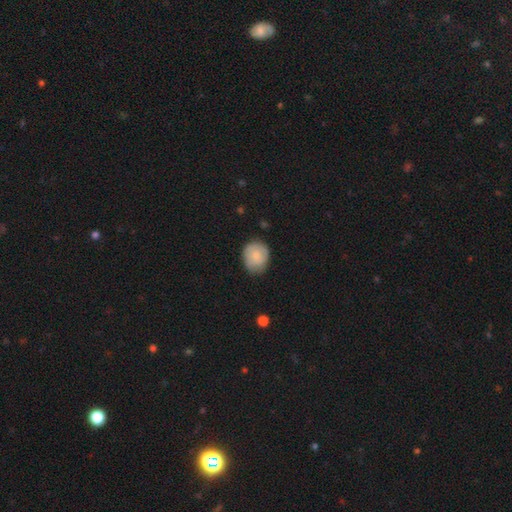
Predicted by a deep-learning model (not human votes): Smooth or featured? smooth (78%)
How rounded? round (66%)
Merging? none (68%)